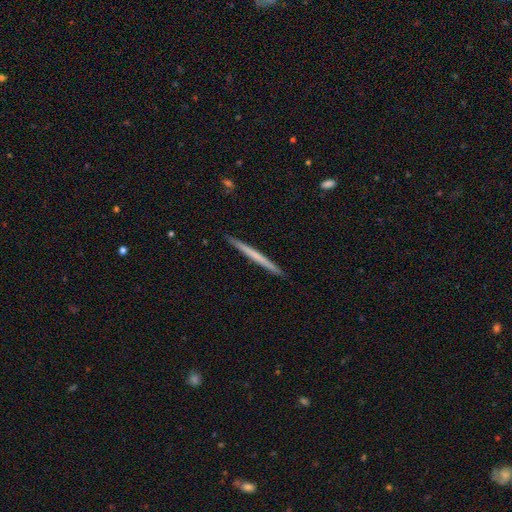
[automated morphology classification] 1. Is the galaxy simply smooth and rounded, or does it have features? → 49% smooth, 46% featured or disk, 5% star or artifact.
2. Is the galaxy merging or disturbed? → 92% none, 6% minor disturbance, 1% major disturbance, 1% merger.